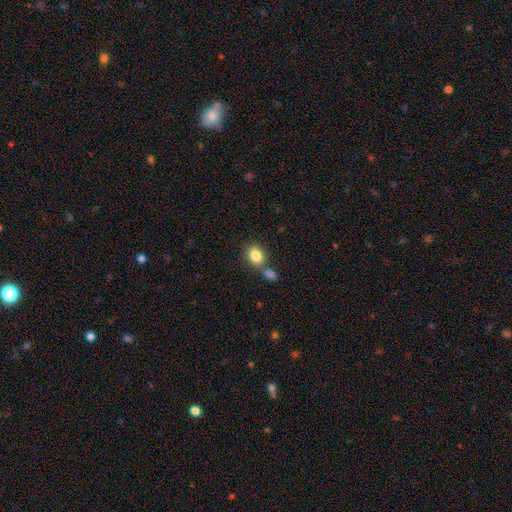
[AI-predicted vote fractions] Smooth or featured? Predicted: smooth (p=0.84). How rounded? Predicted: in between (p=0.59). Merging? Predicted: none (p=0.51).